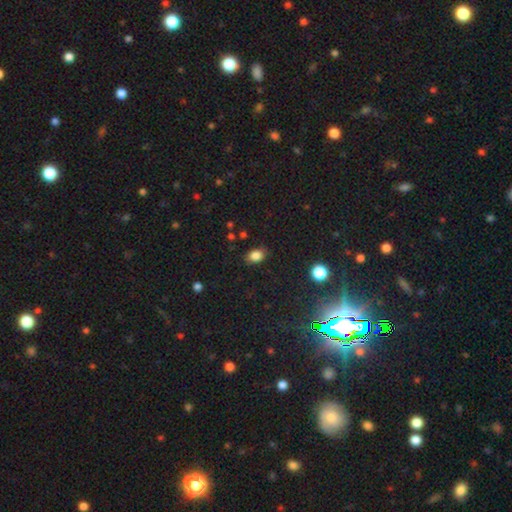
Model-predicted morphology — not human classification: Smooth or featured? Predicted: smooth (p=0.83). How rounded? Predicted: in between (p=0.76). Merging? Predicted: none (p=0.83).